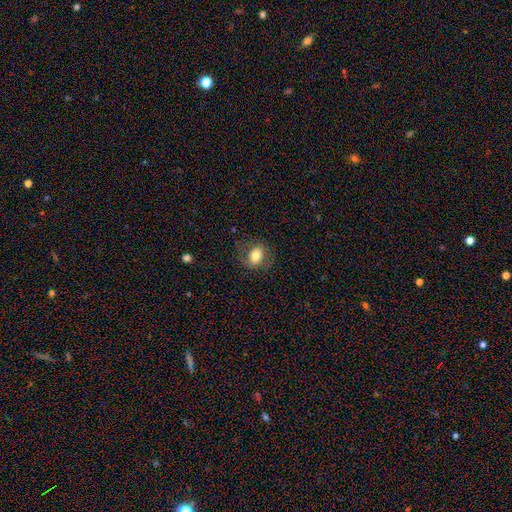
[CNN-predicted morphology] smooth-or-featured: smooth: 71% | featured or disk: 20% | star or artifact: 9%
  how-rounded: in between: 64% | round: 35% | cigar-shaped: 1%
  merging: none: 74% | minor disturbance: 16% | major disturbance: 9% | merger: 1%